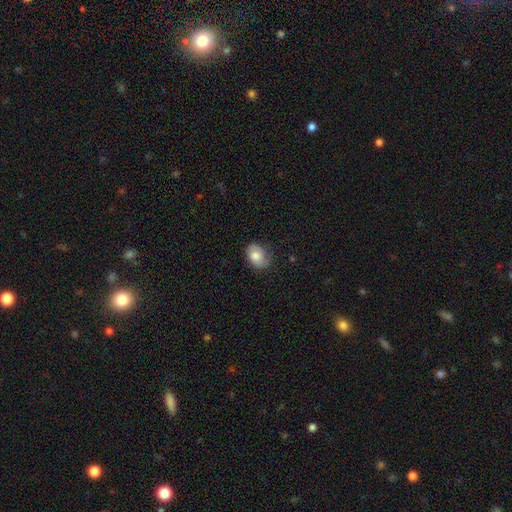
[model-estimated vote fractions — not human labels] The model was most divided on "merging": none: 68%, minor disturbance: 24%, major disturbance: 7%, merger: 1%. More confident: smooth or featured — smooth (73%); how rounded — in between (72%).